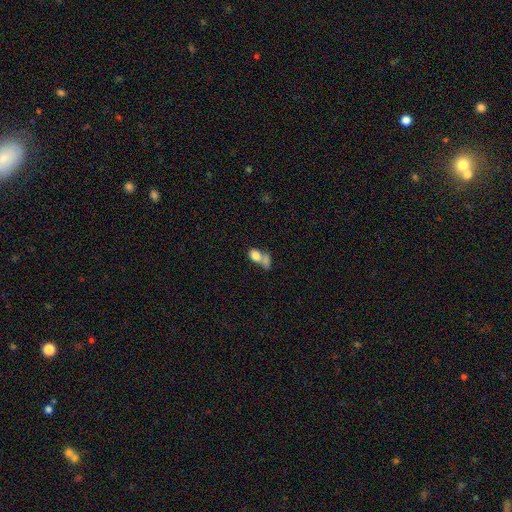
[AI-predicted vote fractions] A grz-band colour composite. It shows a smooth galaxy with no disk features (78%) that is in between round and cigar-shaped (74%). Merging: merger (64%).